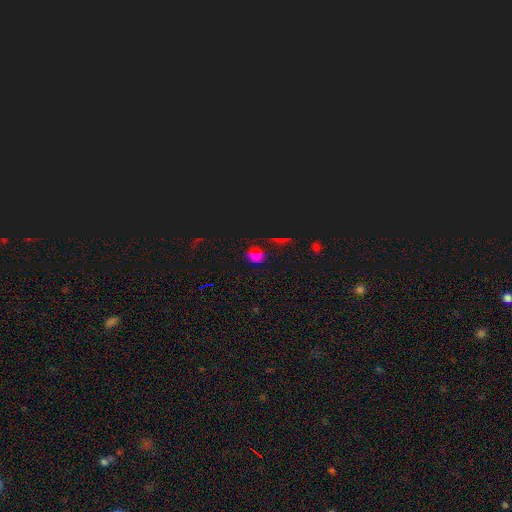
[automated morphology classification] Smooth or featured?
  - smooth: 49% *
  - star or artifact: 42%
  - featured or disk: 8%
Merging?
  - none: 76% *
  - minor disturbance: 16%
  - major disturbance: 5%
  - merger: 3%